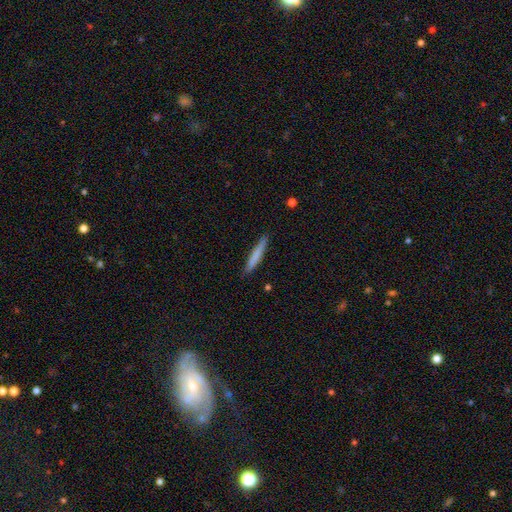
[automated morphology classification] Smooth or featured? smooth (74%)
How rounded? cigar-shaped (95%)
Merging? none (87%)